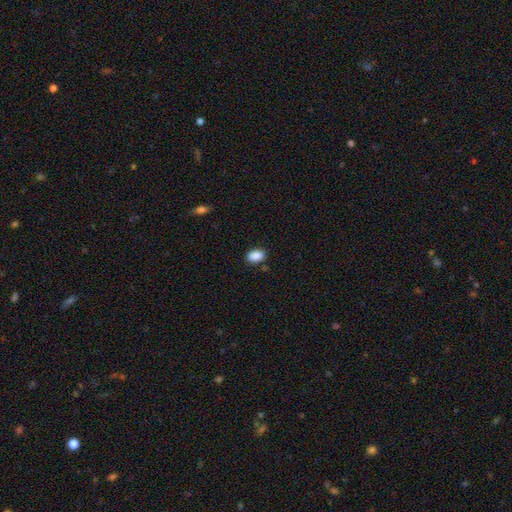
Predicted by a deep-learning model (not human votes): smooth-or-featured: smooth: 89% | star or artifact: 8% | featured or disk: 3%
  how-rounded: in between: 83% | round: 16% | cigar-shaped: 1%
  merging: none: 83% | minor disturbance: 12% | major disturbance: 3% | merger: 2%